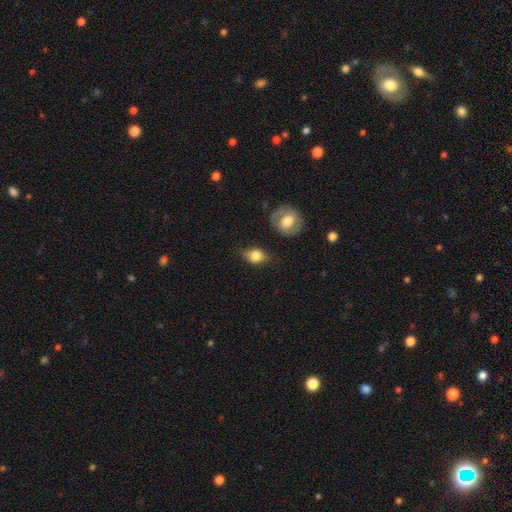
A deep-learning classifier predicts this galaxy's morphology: This is likely a smooth galaxy (76%). How rounded: possibly in between (59%). Merging: likely none (69%).